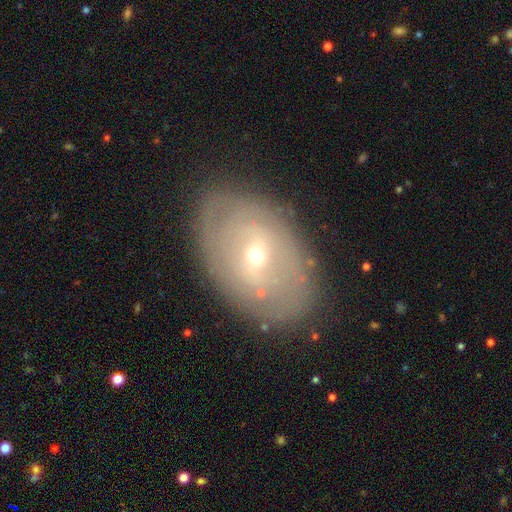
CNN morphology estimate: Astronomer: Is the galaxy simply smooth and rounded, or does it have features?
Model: featured or disk — 62%.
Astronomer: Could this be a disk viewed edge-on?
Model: no — 92%.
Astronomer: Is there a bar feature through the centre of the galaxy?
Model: weak — 45% (runner-up: no, 41%).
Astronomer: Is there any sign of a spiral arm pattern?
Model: yes — 53% (runner-up: no, 47%).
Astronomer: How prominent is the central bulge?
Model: small — 63%.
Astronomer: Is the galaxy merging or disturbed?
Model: none — 81%.